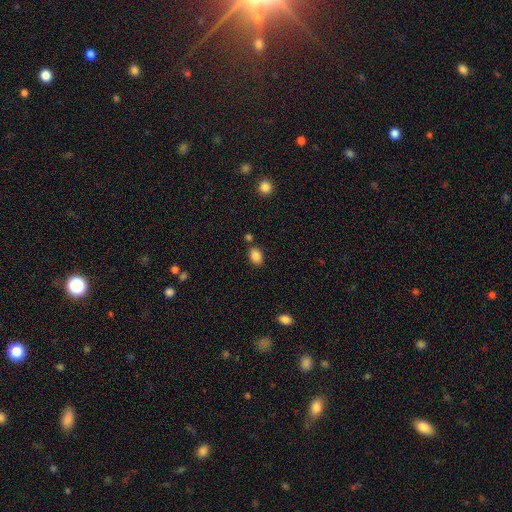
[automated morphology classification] This is clearly a smooth galaxy (86%). How rounded: likely in between (72%). Merging: likely none (76%).